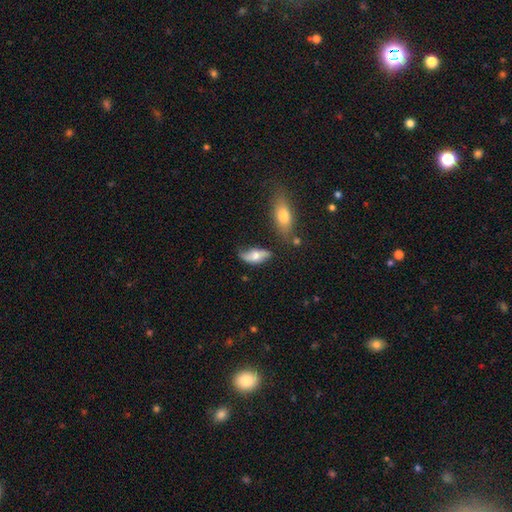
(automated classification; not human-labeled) Morphology: type=smooth (55%); roundness=in between (80%); merging=none (56%).